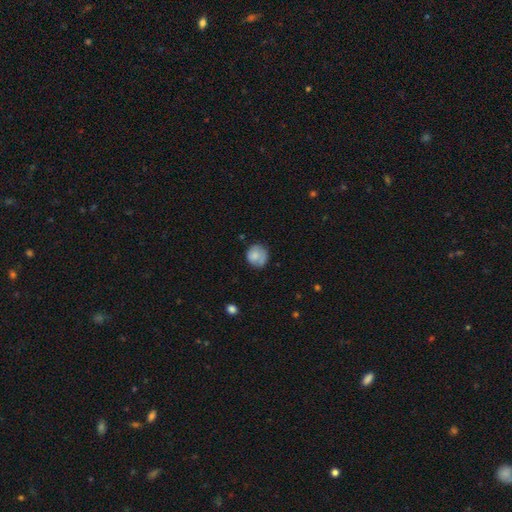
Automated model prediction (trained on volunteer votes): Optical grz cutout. It shows a smooth galaxy with no disk features (75%) that is round (81%). Merging: none (60%).